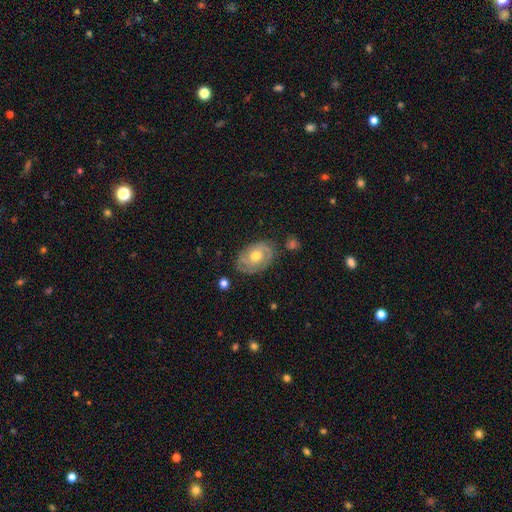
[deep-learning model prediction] Overall: featured or disk (70%). Edge-on disk: no (96%). Bar: no (76%). Spiral arms: yes (80%). Spiral arm count: 2 (46%; can't tell 32%). Spiral winding: tight (62%; medium 29%). Bulge size: moderate (76%). Merging: none (73%).